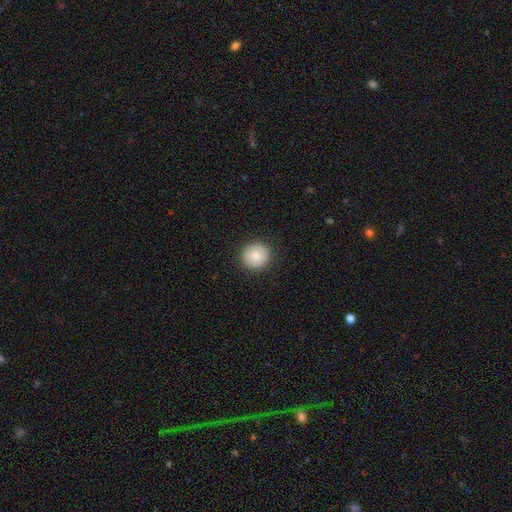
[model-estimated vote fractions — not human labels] A smooth galaxy with no disk features (84%) that is round (93%). Merging: none (91%).